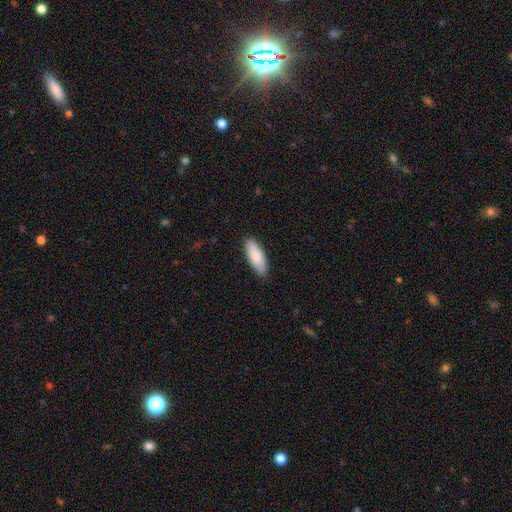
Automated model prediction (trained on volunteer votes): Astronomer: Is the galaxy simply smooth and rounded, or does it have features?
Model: smooth — 87%.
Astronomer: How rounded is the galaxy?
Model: in between — 70%.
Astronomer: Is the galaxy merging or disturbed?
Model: none — 88%.